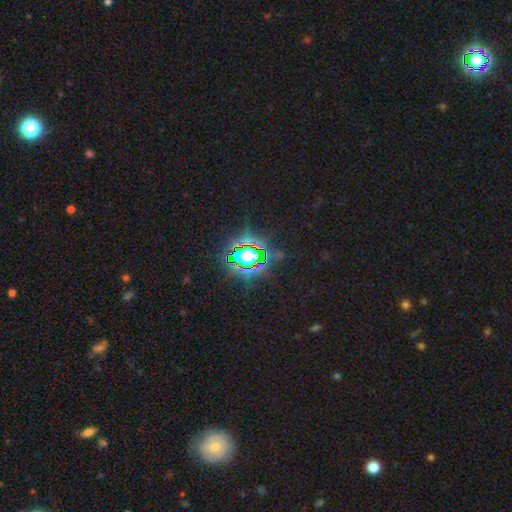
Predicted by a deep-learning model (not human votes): Morphology: type=star or artifact (82%).